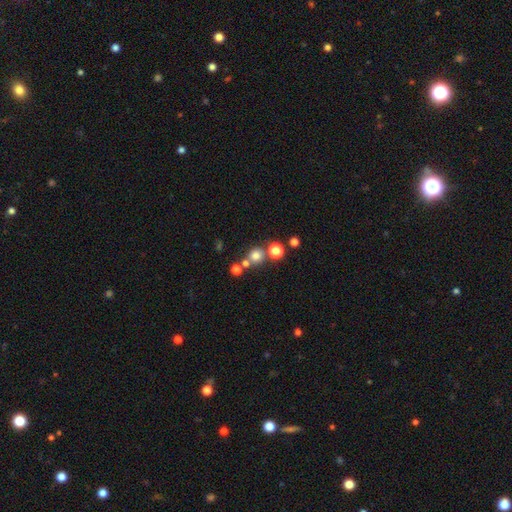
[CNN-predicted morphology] A smooth galaxy with no disk features (74%) that is round (88%). Merging: none (65%).